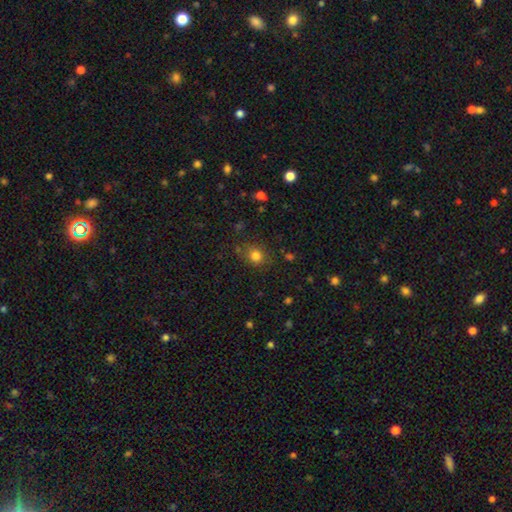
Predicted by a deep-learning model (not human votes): smooth_or_featured: smooth (p=0.79) [alt: star or artifact p=0.14]
how_rounded: round (p=0.75) [alt: in between p=0.24]
merging: none (p=0.78) [alt: minor disturbance p=0.14]